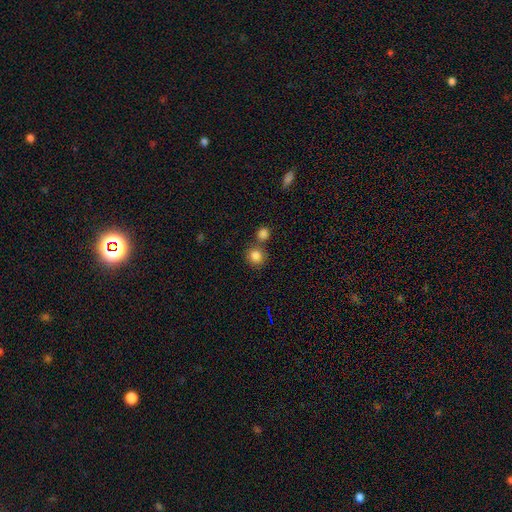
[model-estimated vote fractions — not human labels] smooth-or-featured: smooth: 84% | star or artifact: 10% | featured or disk: 5%
  how-rounded: round: 88% | in between: 11% | cigar-shaped: 1%
  merging: none: 62% | merger: 27% | minor disturbance: 9% | major disturbance: 3%